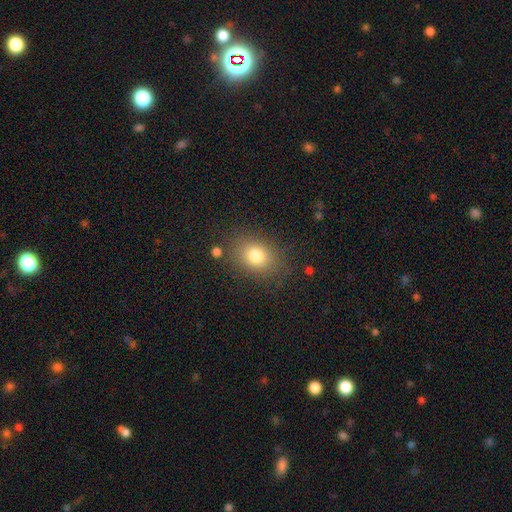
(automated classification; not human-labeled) Smooth or featured? smooth (79%)
How rounded? in between (58%)
Merging? none (81%)